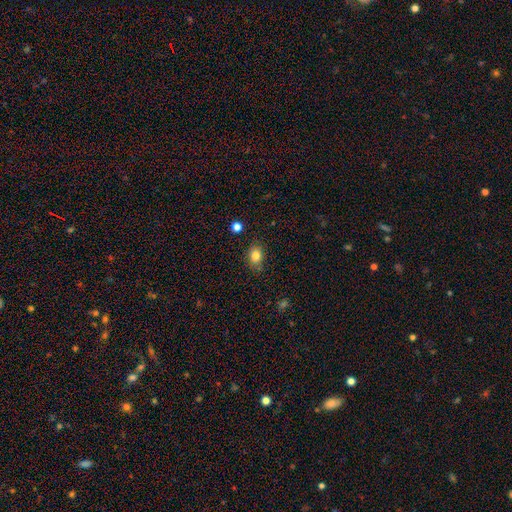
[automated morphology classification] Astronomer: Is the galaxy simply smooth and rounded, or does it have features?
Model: smooth — 83%.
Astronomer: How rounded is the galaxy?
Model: in between — 59% (runner-up: round, 40%).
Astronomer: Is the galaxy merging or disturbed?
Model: none — 80%.